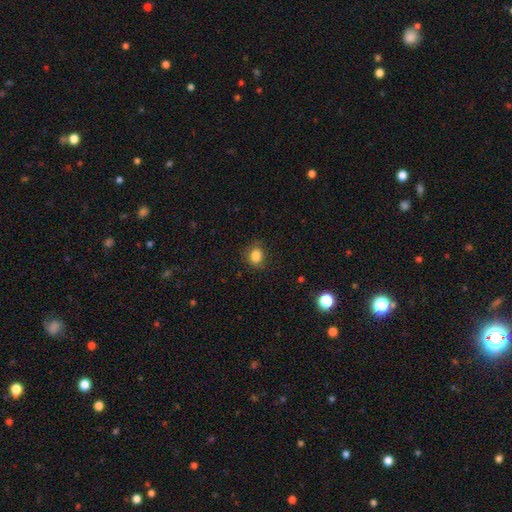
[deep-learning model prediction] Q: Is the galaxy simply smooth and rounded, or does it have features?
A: smooth — 84%.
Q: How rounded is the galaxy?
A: round — 59%.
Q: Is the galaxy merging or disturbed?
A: none — 79%.